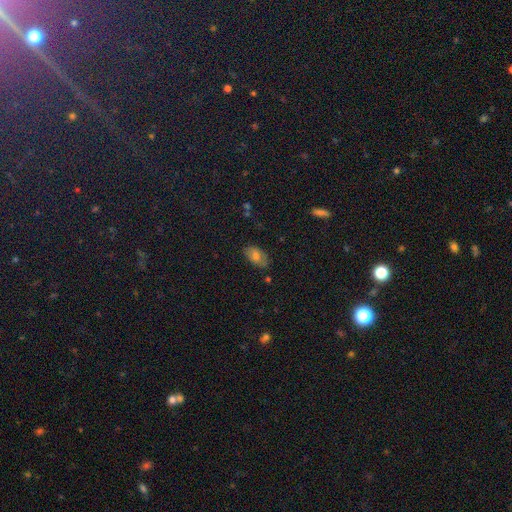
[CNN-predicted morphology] Smooth or featured?
  - smooth: 70% *
  - featured or disk: 18%
  - star or artifact: 13%
How rounded?
  - in between: 91% *
  - round: 6%
  - cigar-shaped: 2%
Merging?
  - none: 77% *
  - minor disturbance: 17%
  - major disturbance: 4%
  - merger: 2%